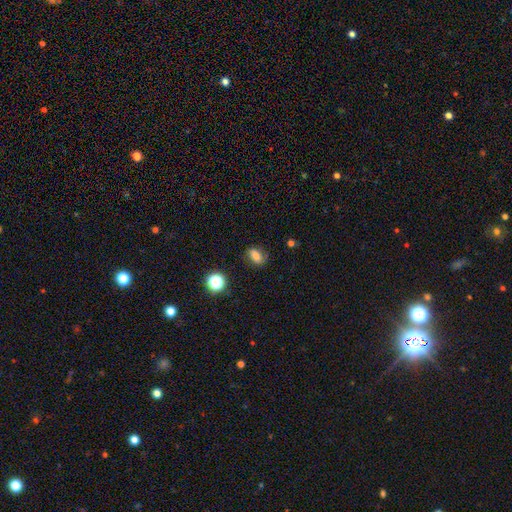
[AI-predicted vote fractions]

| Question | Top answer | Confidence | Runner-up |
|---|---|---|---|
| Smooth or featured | smooth | 70% | featured or disk (16%) |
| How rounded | in between | 77% | round (19%) |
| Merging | none | 75% | minor disturbance (17%) |